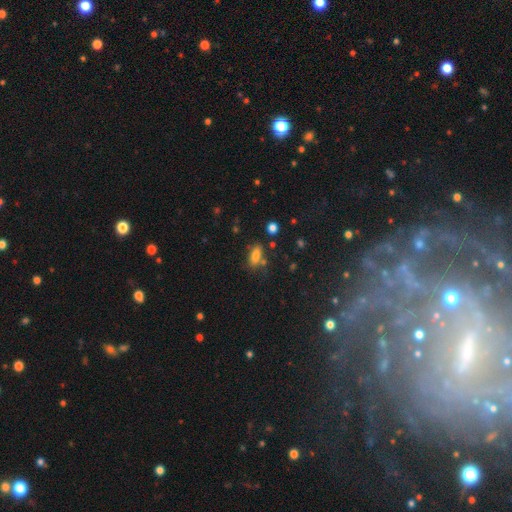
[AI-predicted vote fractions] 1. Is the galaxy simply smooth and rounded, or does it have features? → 77% smooth, 12% star or artifact, 11% featured or disk.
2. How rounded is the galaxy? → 78% in between, 17% cigar-shaped, 5% round.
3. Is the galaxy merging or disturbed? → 70% none, 17% minor disturbance, 8% merger, 5% major disturbance.